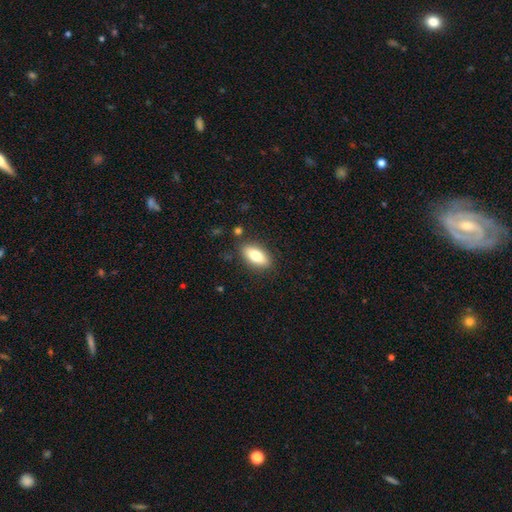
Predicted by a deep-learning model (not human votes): A smooth galaxy with no disk features (76%) that is in between round and cigar-shaped (86%).

Vote fractions:
- Smooth or featured? smooth: 76% / featured or disk: 17% / star or artifact: 7%
- How rounded? in between: 86% / cigar-shaped: 10% / round: 4%
- Merging? none: 85% / minor disturbance: 10% / major disturbance: 3% / merger: 2%